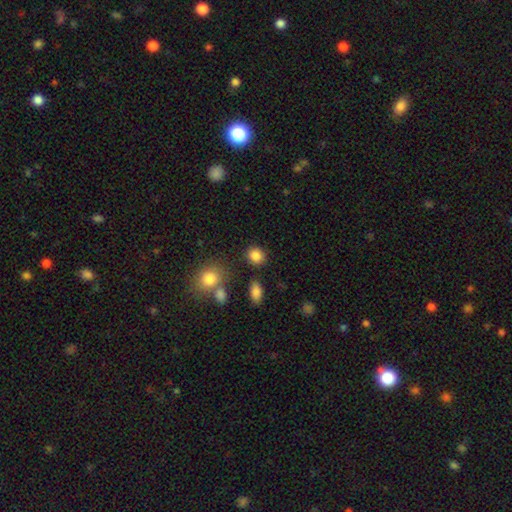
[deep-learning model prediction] smooth-or-featured: smooth: 85% | star or artifact: 10% | featured or disk: 5%
  how-rounded: round: 76% | in between: 23% | cigar-shaped: 1%
  merging: none: 82% | minor disturbance: 9% | merger: 5% | major disturbance: 3%